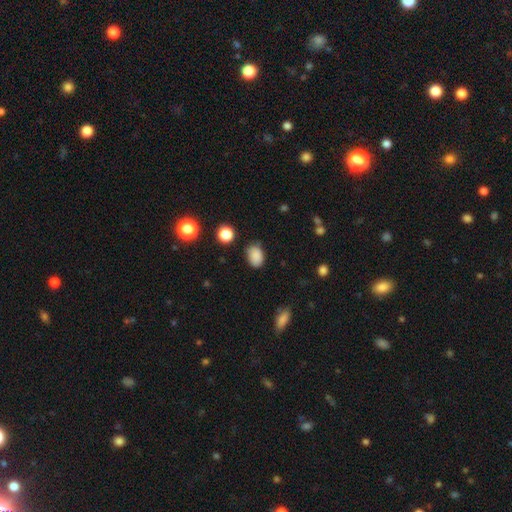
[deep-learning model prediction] Smooth or featured? Predicted: smooth (p=0.86). How rounded? Predicted: in between (p=0.79). Merging? Predicted: none (p=0.74).